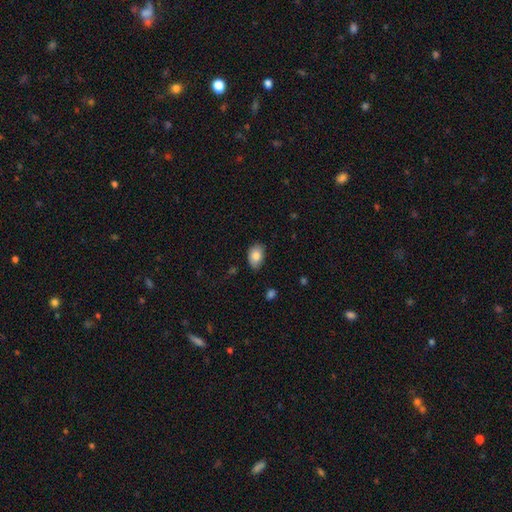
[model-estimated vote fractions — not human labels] Smooth or featured: smooth — 84% (featured or disk — 9%)
How rounded: in between — 84% (round — 14%)
Merging: none — 78% (minor disturbance — 18%)